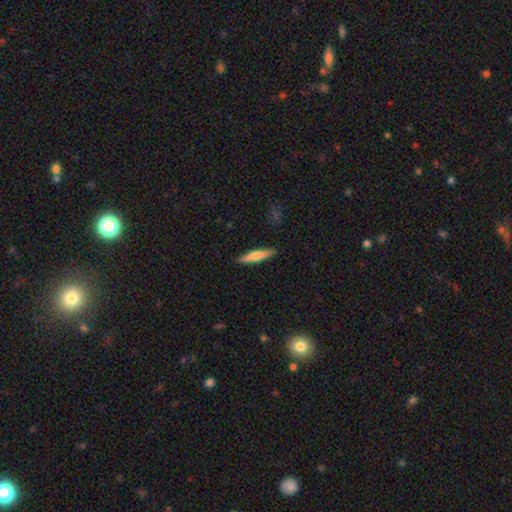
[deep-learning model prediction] A smooth galaxy with no disk features (71%) that is cigar-shaped (88%). Merging: none (90%).